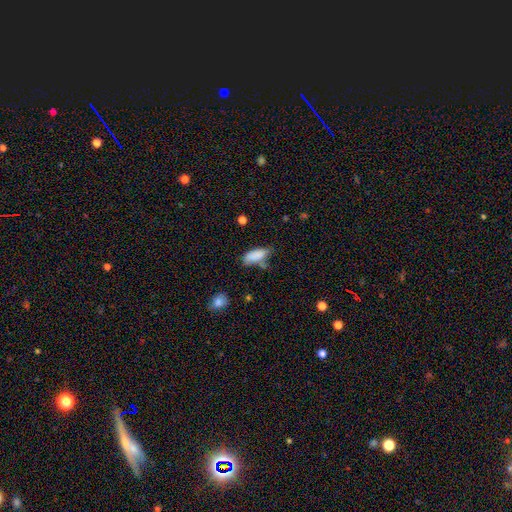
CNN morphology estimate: Smooth or featured? Predicted: smooth (p=0.83). How rounded? Predicted: in between (p=0.76). Merging? Predicted: none (p=0.47).